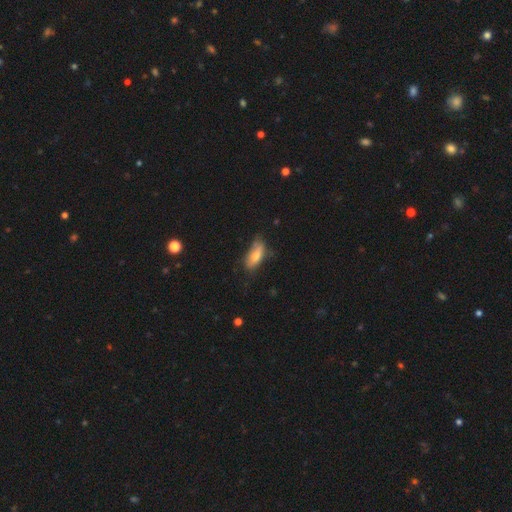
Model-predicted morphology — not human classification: The model was most divided on "merging": none: 56%, minor disturbance: 32%, major disturbance: 9%, merger: 2%. More confident: how rounded — in between (74%); smooth or featured — smooth (66%).